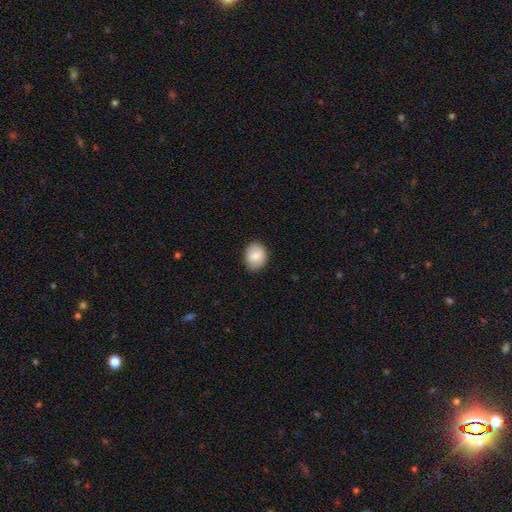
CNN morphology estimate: Overall: smooth (82%). How rounded: in between (58%; round 41%). Merging: none (86%).